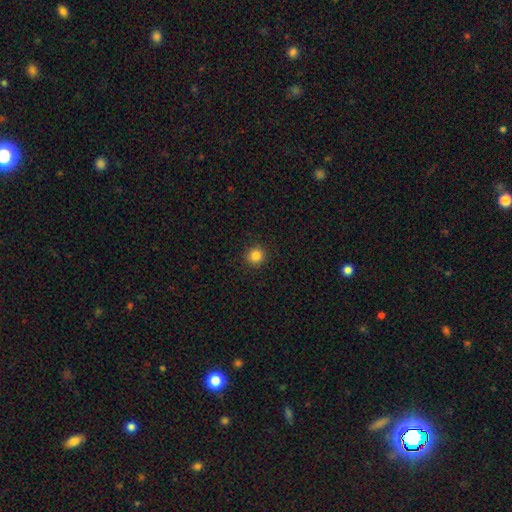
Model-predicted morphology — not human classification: type=smooth (85%); roundness=round (93%); merging=none (92%).